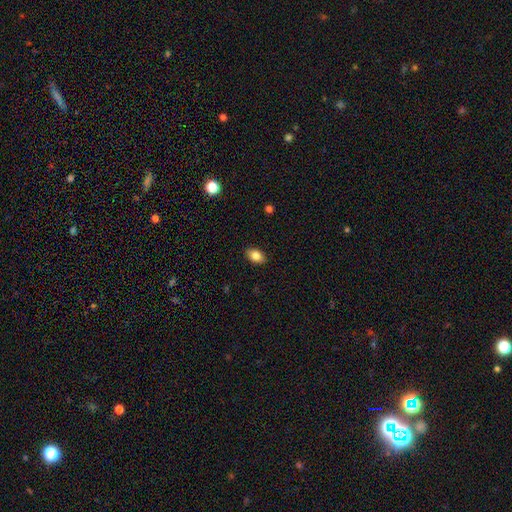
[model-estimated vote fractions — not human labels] Morphology: type=smooth (85%); roundness=in between (88%); merging=none (89%).